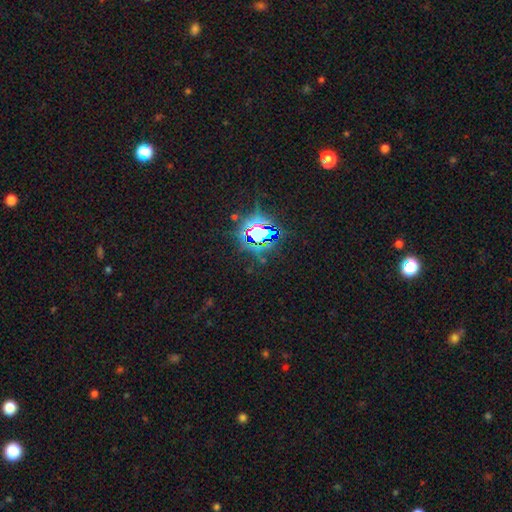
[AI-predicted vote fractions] This appears to be a star or artifact, not a galaxy (82%).